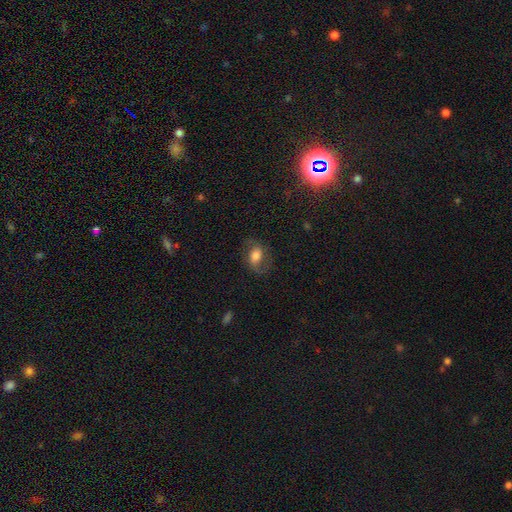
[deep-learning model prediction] This appears to be a smooth galaxy with no disk features (47%). Merging: none (68%).